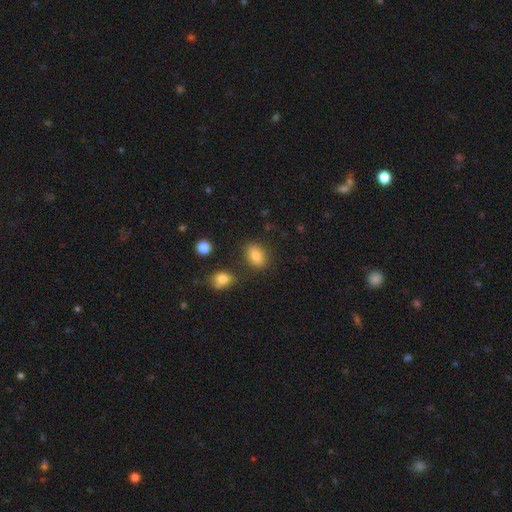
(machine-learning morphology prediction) This appears to be a smooth galaxy with no disk features (84%) that is in between round and cigar-shaped (82%). Merging: none (78%).